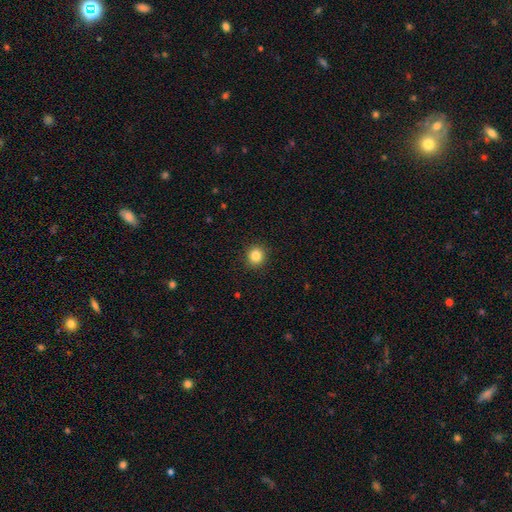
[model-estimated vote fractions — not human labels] smooth-or-featured: smooth: 85% | star or artifact: 11% | featured or disk: 4%
  how-rounded: round: 89% | in between: 10% | cigar-shaped: 1%
  merging: none: 92% | minor disturbance: 5% | major disturbance: 2% | merger: 1%